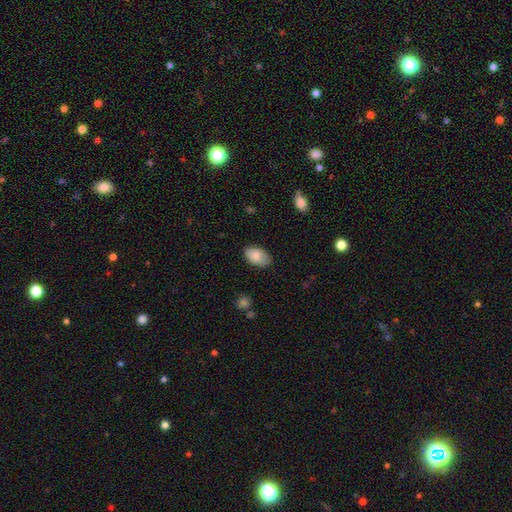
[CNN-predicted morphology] A smooth galaxy with no disk features (84%) that is in between round and cigar-shaped (93%). Merging: none (79%).